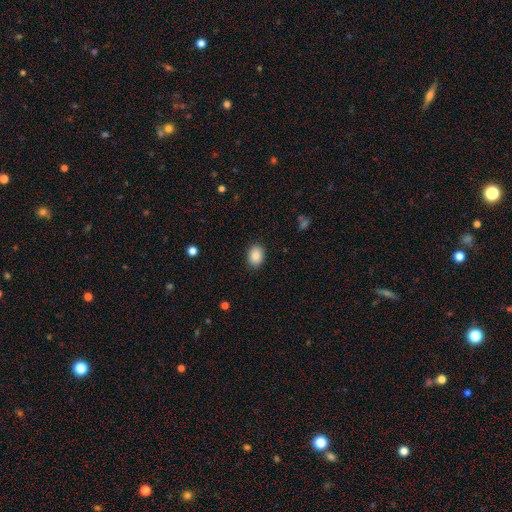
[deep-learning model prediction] The model was most divided on "how rounded": in between: 71%, round: 28%, cigar-shaped: 1%. More confident: merging — none (88%); smooth or featured — smooth (87%).